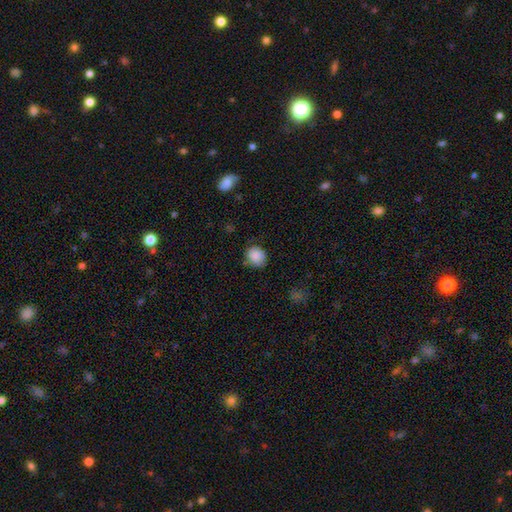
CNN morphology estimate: This is clearly a smooth galaxy (88%). How rounded: likely round (75%). Merging: likely none (76%).